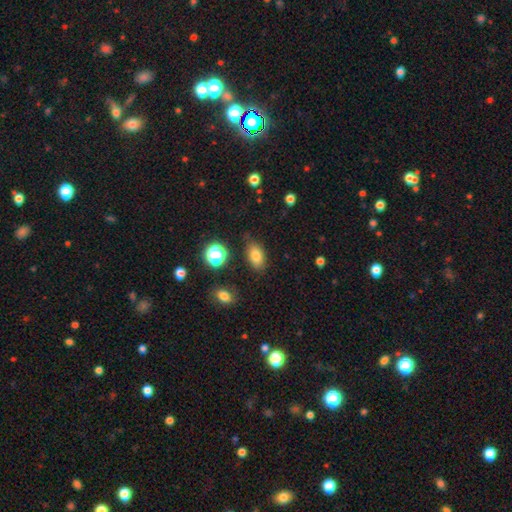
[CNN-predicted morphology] A smooth galaxy with no disk features (78%) that is in between round and cigar-shaped (86%).

Vote fractions:
- Smooth or featured? smooth: 78% / star or artifact: 13% / featured or disk: 9%
- How rounded? in between: 86% / round: 11% / cigar-shaped: 3%
- Merging? none: 78% / minor disturbance: 15% / major disturbance: 4% / merger: 3%